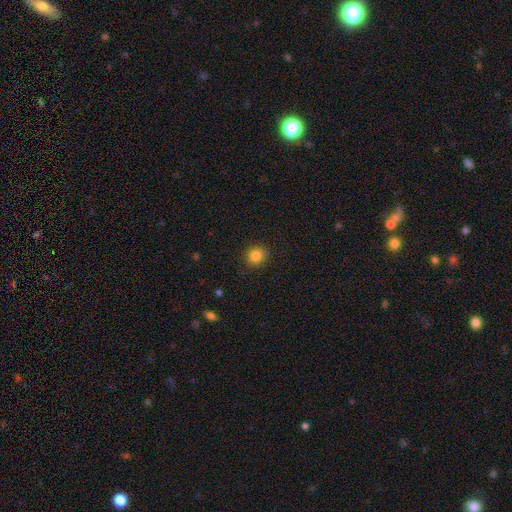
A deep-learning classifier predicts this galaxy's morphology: smooth 84%, star or artifact 11%, featured or disk 5%. Down the decision tree: how rounded — round (85%); merging — none (88%).